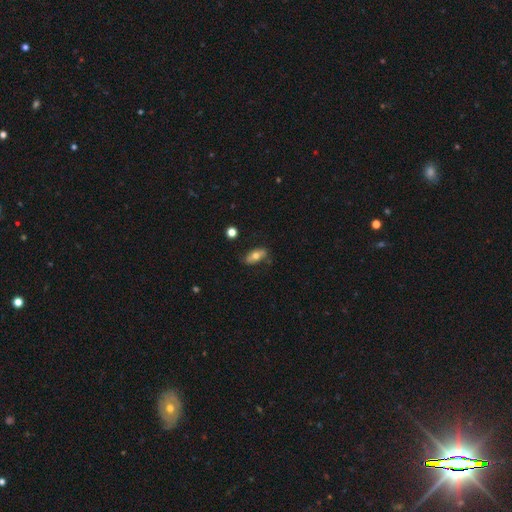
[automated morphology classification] A smooth galaxy with no disk features (61%) that is in between round and cigar-shaped (84%).

Vote fractions:
- Smooth or featured? smooth: 61% / featured or disk: 32% / star or artifact: 7%
- How rounded? in between: 84% / cigar-shaped: 11% / round: 5%
- Merging? none: 76% / minor disturbance: 17% / major disturbance: 4% / merger: 3%